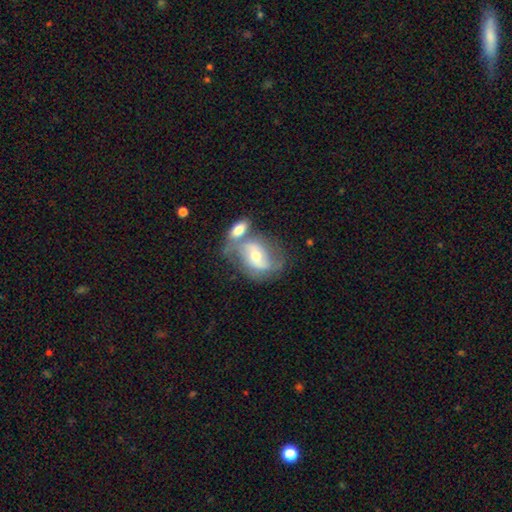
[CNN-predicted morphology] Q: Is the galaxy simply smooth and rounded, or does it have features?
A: featured or disk — 65%.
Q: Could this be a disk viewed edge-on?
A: no — 94%.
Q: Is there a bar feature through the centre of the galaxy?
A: no — 39%.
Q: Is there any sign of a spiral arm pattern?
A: yes — 76%.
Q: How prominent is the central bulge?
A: moderate — 58%.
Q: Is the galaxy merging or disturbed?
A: merger — 43%.